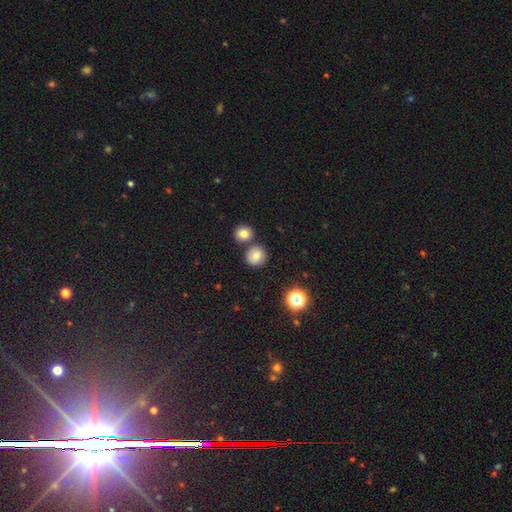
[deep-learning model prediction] A smooth galaxy with no disk features (77%) that is round (87%).

Vote fractions:
- Smooth or featured? smooth: 77% / star or artifact: 13% / featured or disk: 10%
- How rounded? round: 87% / in between: 12% / cigar-shaped: 1%
- Merging? none: 76% / merger: 13% / minor disturbance: 9% / major disturbance: 2%